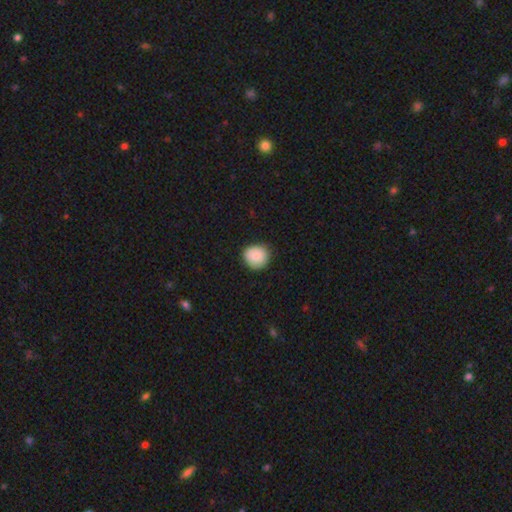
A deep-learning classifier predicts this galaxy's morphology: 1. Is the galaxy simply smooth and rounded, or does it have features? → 85% smooth, 8% featured or disk, 7% star or artifact.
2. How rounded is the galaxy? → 86% round, 13% in between, 1% cigar-shaped.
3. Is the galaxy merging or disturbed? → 86% none, 11% minor disturbance, 2% major disturbance, 1% merger.